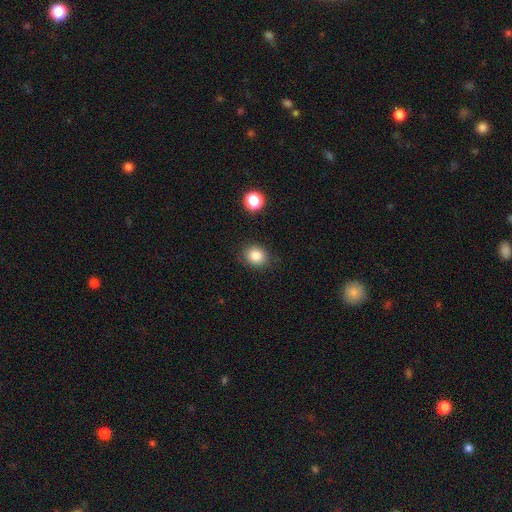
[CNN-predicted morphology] smooth_or_featured: smooth (p=0.83) [alt: star or artifact p=0.11]
how_rounded: round (p=0.67) [alt: in between p=0.32]
merging: none (p=0.85) [alt: minor disturbance p=0.10]